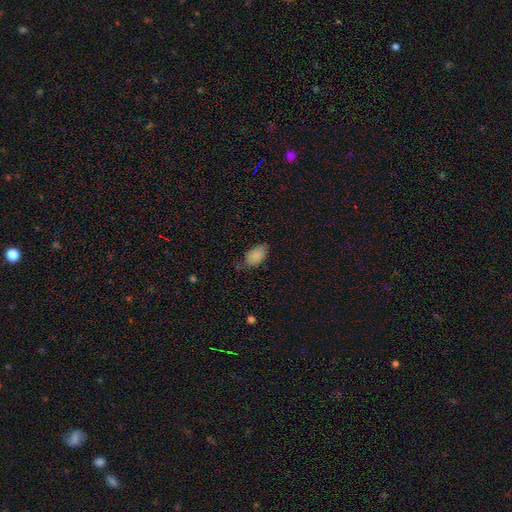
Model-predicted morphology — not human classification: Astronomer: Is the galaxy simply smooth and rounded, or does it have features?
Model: smooth — 87%.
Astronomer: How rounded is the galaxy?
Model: in between — 93%.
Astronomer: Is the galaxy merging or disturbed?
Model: none — 66%.